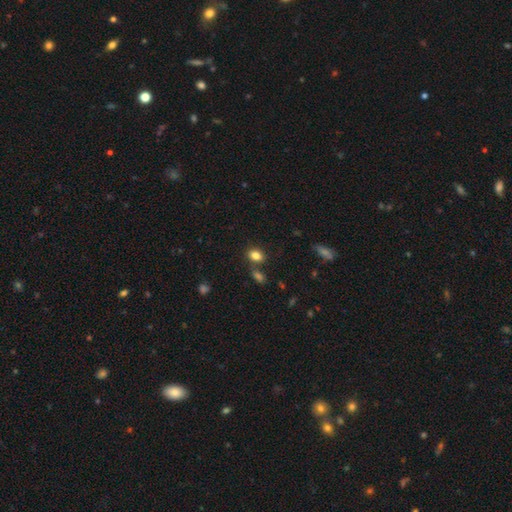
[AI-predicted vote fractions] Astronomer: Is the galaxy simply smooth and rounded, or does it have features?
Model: smooth — 83%.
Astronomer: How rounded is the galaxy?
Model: in between — 69%.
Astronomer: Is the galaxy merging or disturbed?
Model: none — 71%.